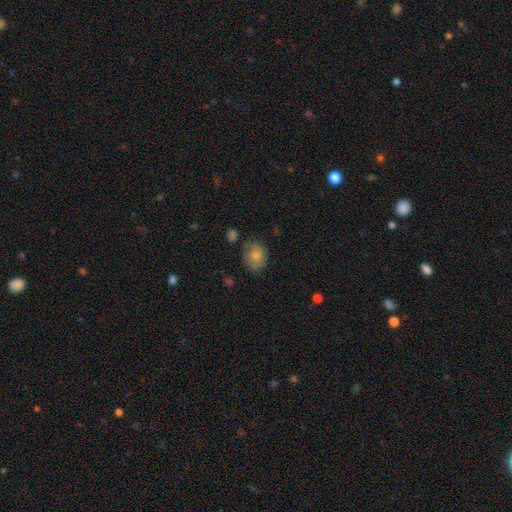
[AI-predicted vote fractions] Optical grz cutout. It shows a smooth galaxy with no disk features (72%) that is round (51%). Merging: none (64%).